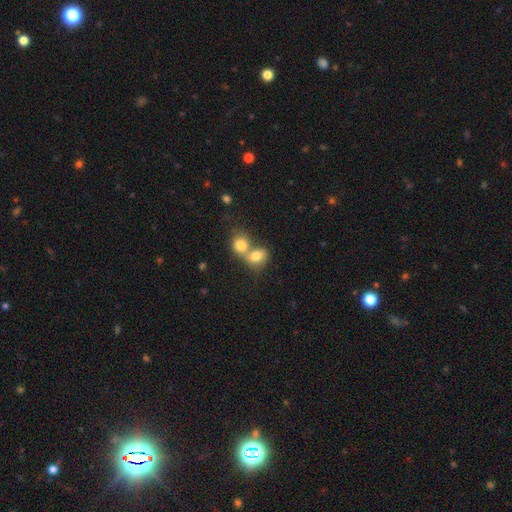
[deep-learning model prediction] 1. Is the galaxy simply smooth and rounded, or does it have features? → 78% smooth, 13% featured or disk, 9% star or artifact.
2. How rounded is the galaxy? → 59% round, 40% in between, 1% cigar-shaped.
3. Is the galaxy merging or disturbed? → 70% merger, 22% none, 6% minor disturbance, 3% major disturbance.